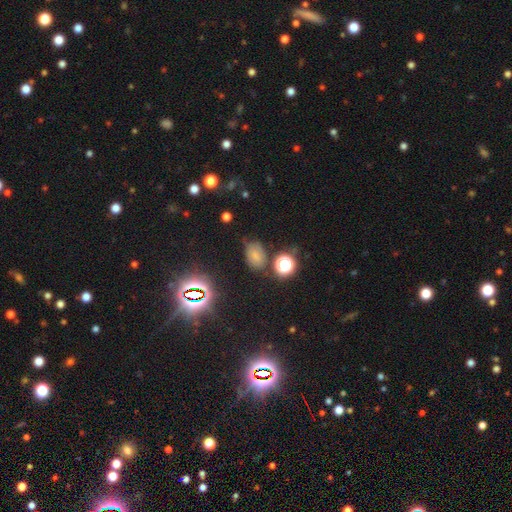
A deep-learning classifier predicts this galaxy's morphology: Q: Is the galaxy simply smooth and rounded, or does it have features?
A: smooth — 58%.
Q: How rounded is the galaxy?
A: in between — 78%.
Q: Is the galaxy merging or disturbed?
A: none — 63%.